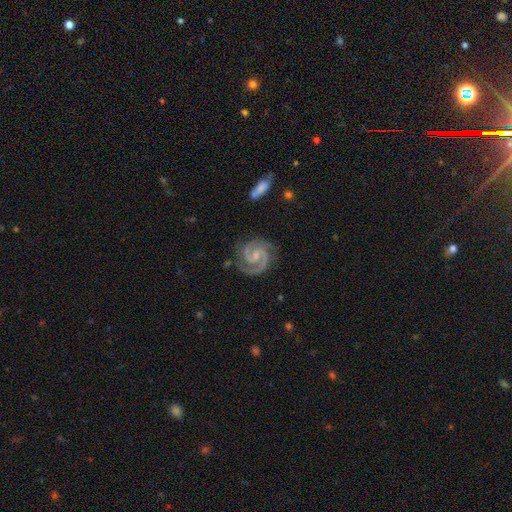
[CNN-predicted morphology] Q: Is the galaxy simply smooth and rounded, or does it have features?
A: featured or disk — 93%.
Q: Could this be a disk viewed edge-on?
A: no — 98%.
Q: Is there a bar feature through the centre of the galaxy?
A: weak — 45%.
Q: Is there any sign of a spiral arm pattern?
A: yes — 99%.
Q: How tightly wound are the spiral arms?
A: medium — 50%.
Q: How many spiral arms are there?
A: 2 — 91%.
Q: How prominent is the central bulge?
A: small — 58%.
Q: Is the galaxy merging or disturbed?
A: none — 80%.